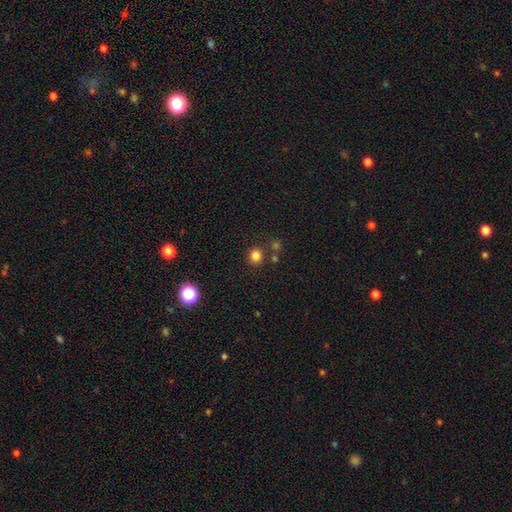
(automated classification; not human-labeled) Smooth or featured: smooth — 81% (star or artifact — 15%)
How rounded: round — 86% (in between — 13%)
Merging: none — 80% (merger — 9%)